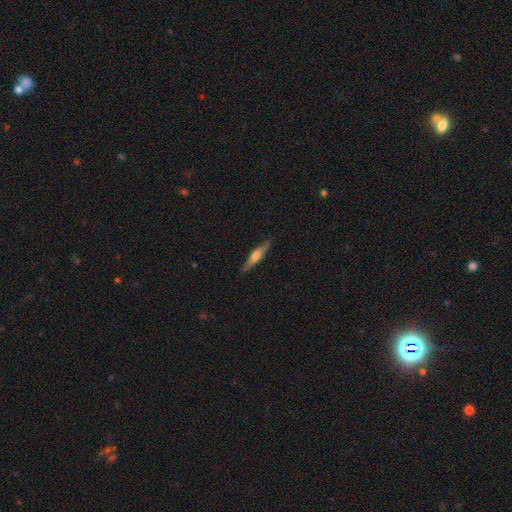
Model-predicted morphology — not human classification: This is possibly a featured or disk galaxy (48%). Merging: clearly none (88%).